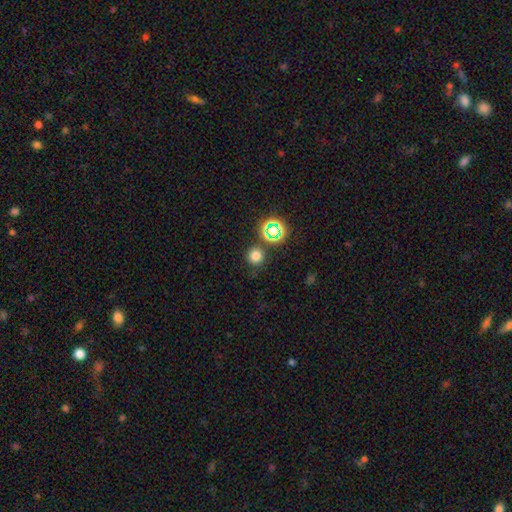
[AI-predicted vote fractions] This appears to be a smooth galaxy with no disk features (72%) that is round (93%). Merging: none (82%).